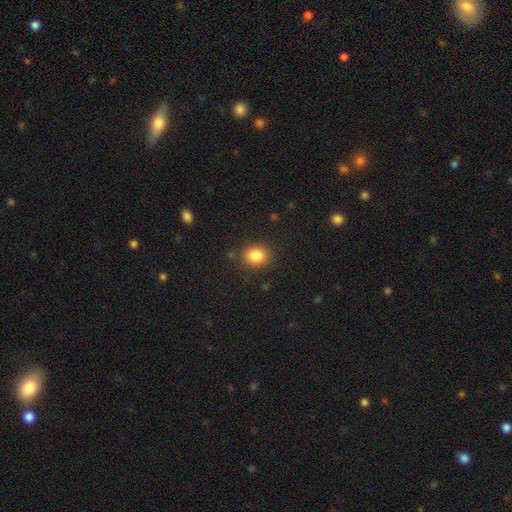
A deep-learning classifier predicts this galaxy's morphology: Smooth or featured? Predicted: smooth (p=0.85). How rounded? Predicted: round (p=0.65). Merging? Predicted: none (p=0.85).